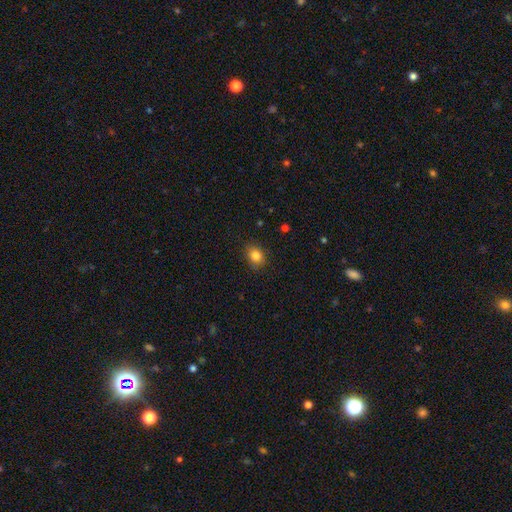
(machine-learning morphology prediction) smooth_or_featured: smooth (p=0.83) [alt: star or artifact p=0.11]
how_rounded: round (p=0.53) [alt: in between p=0.46]
merging: none (p=0.84) [alt: minor disturbance p=0.12]